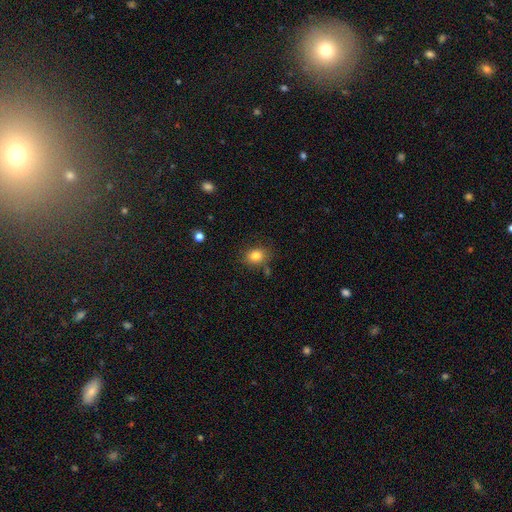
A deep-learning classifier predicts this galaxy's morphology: smooth-or-featured: smooth: 83% | star or artifact: 10% | featured or disk: 6%
  how-rounded: in between: 51% | round: 48% | cigar-shaped: 1%
  merging: none: 77% | minor disturbance: 15% | merger: 4% | major disturbance: 4%